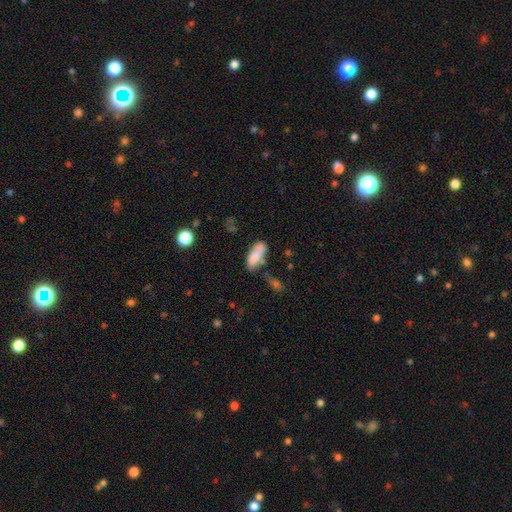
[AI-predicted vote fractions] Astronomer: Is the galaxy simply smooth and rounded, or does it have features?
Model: smooth — 81%.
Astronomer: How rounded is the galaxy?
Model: in between — 78%.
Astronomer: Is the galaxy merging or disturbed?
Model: none — 49% (runner-up: minor disturbance, 26%).